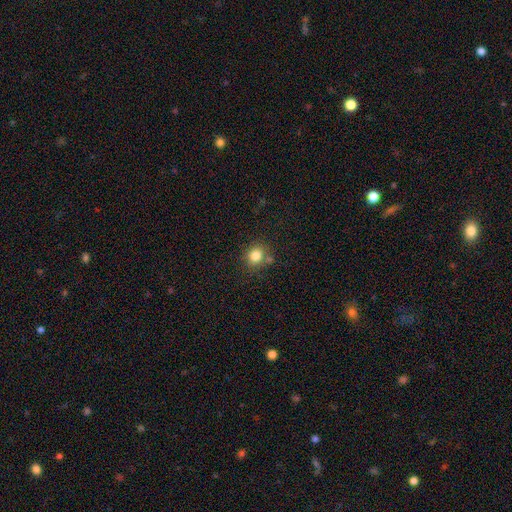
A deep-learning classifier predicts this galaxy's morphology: This is clearly a smooth galaxy (82%). How rounded: likely round (79%). Merging: likely none (72%).